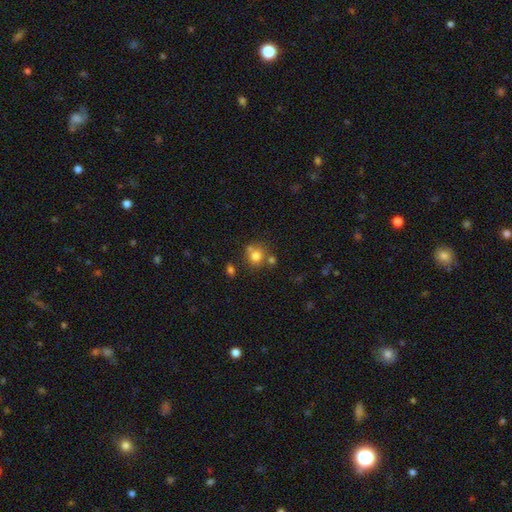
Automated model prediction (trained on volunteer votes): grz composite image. It shows a smooth galaxy with no disk features (76%) that is round (85%). Merging: none (62%).